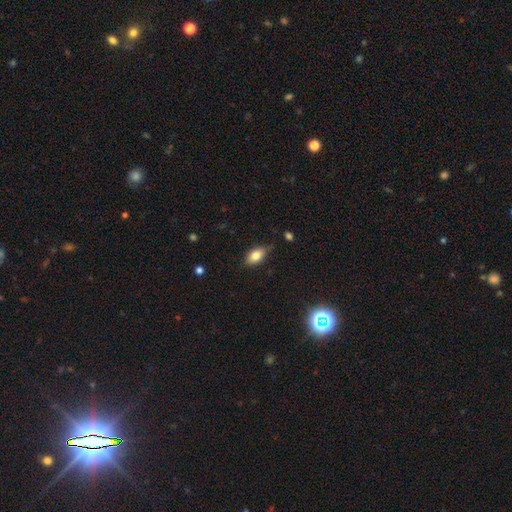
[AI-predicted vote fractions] A smooth galaxy with no disk features (76%) that is in between round and cigar-shaped (86%).

Vote fractions:
- Smooth or featured? smooth: 76% / featured or disk: 16% / star or artifact: 8%
- How rounded? in between: 86% / round: 7% / cigar-shaped: 7%
- Merging? none: 75% / minor disturbance: 20% / major disturbance: 4% / merger: 2%